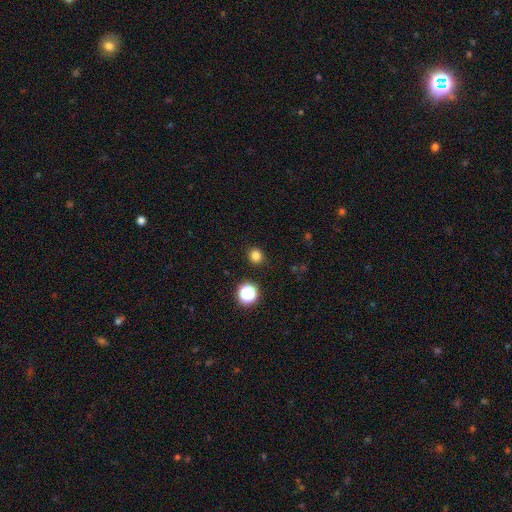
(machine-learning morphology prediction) This is clearly a smooth galaxy (80%). How rounded: clearly round (87%). Merging: clearly none (89%).